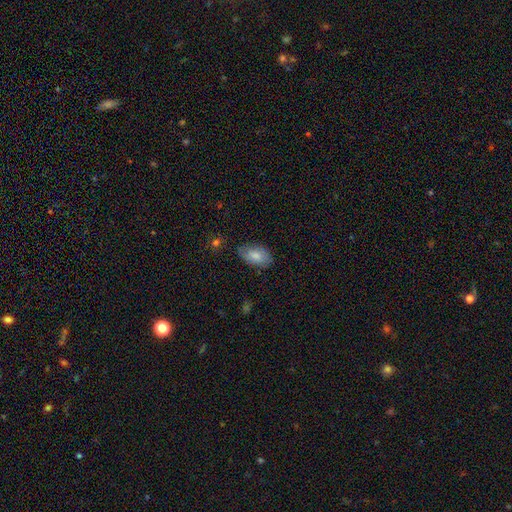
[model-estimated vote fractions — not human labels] smooth_or_featured: smooth (p=0.81) [alt: featured or disk p=0.12]
how_rounded: in between (p=0.94) [alt: round p=0.04]
merging: none (p=0.77) [alt: minor disturbance p=0.18]